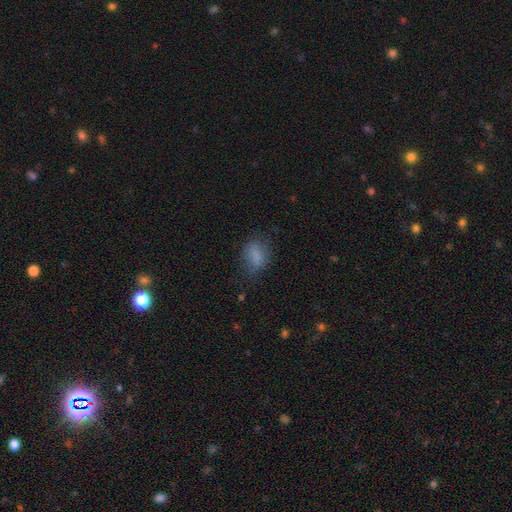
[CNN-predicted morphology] The model was most divided on "merging": none: 65%, minor disturbance: 23%, major disturbance: 10%, merger: 2%. More confident: smooth or featured — smooth (79%); how rounded — in between (71%).